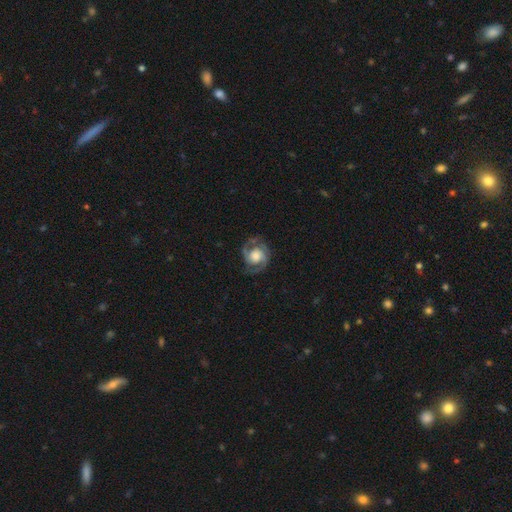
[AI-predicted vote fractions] Smooth or featured? Predicted: featured or disk (p=0.84). Edge-on disk? Predicted: no (p=0.98). Bar? Predicted: no (p=0.69). Spiral arms? Predicted: yes (p=0.96). Spiral winding? Predicted: medium (p=0.49). Spiral arm count? Predicted: 2 (p=0.85). Bulge size? Predicted: large (p=0.47). Merging? Predicted: none (p=0.76).